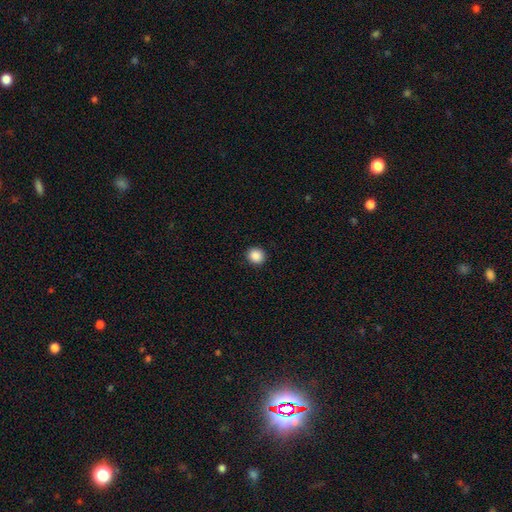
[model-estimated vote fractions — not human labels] Smooth or featured?
  - smooth: 88% *
  - star or artifact: 9%
  - featured or disk: 3%
How rounded?
  - round: 87% *
  - in between: 12%
  - cigar-shaped: 1%
Merging?
  - none: 92% *
  - minor disturbance: 5%
  - major disturbance: 2%
  - merger: 1%